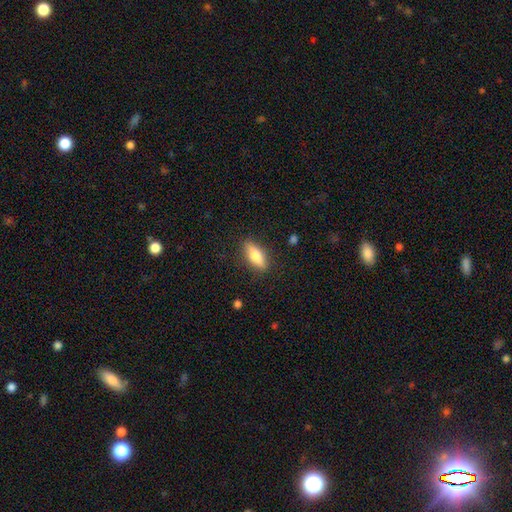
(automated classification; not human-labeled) Smooth or featured? smooth (73%)
How rounded? in between (64%)
Merging? none (85%)